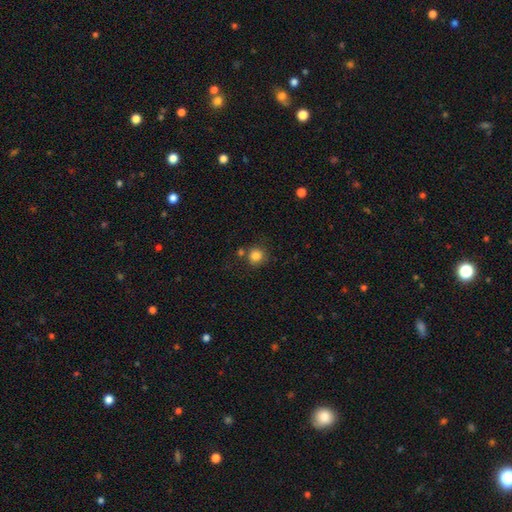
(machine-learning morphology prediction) Q: Smooth or featured?
A: smooth (84%); runner-up: star or artifact (11%)
Q: How rounded?
A: round (91%); runner-up: in between (9%)
Q: Merging?
A: none (73%); runner-up: merger (12%)